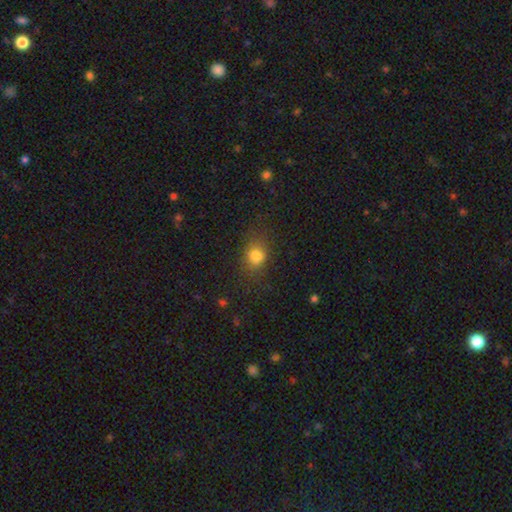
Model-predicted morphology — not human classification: type=smooth (77%); roundness=in between (49%, tied with round); merging=none (69%).